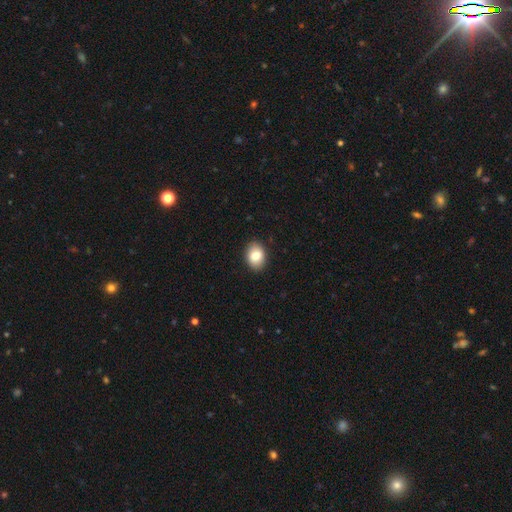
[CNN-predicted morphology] A smooth galaxy with no disk features (83%) that is in between round and cigar-shaped (73%).

Vote fractions:
- Smooth or featured? smooth: 83% / featured or disk: 9% / star or artifact: 8%
- How rounded? in between: 73% / round: 26% / cigar-shaped: 1%
- Merging? none: 90% / minor disturbance: 7% / major disturbance: 2% / merger: 1%